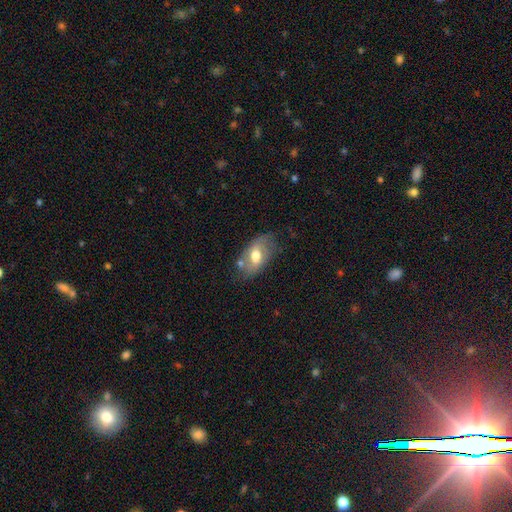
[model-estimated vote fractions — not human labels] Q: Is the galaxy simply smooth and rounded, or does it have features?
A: smooth — 54%.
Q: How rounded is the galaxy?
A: in between — 90%.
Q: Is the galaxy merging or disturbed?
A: none — 55%.